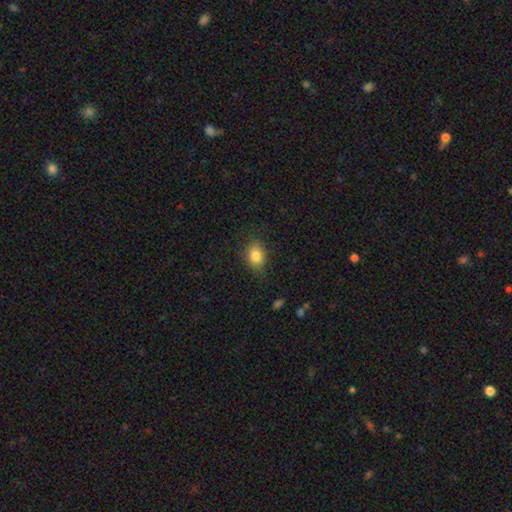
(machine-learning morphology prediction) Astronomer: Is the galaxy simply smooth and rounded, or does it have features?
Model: smooth — 84%.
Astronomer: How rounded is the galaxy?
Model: in between — 67%.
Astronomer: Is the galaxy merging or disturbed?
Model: none — 81%.